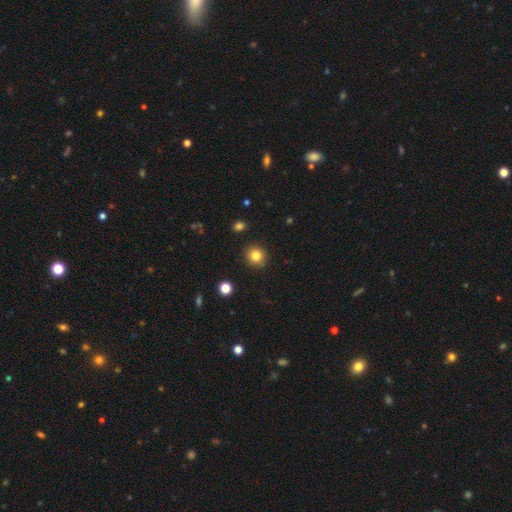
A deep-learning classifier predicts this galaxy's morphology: A smooth galaxy with no disk features (83%) that is round (89%).

Vote fractions:
- Smooth or featured? smooth: 83% / star or artifact: 11% / featured or disk: 6%
- How rounded? round: 89% / in between: 10% / cigar-shaped: 1%
- Merging? none: 91% / minor disturbance: 6% / major disturbance: 2% / merger: 1%